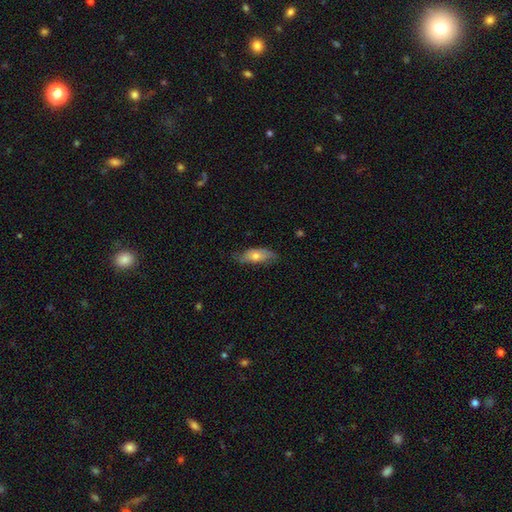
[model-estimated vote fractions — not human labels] Smooth or featured? Predicted: smooth (p=0.57). How rounded? Predicted: in between (p=0.67). Merging? Predicted: none (p=0.70).